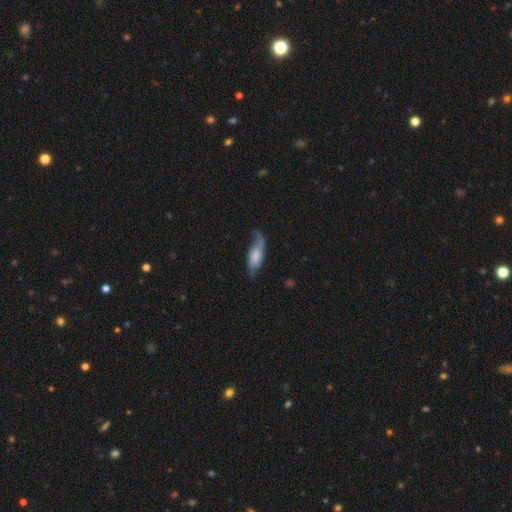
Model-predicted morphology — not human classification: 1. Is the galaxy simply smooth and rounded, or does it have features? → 50% smooth, 44% featured or disk, 6% star or artifact.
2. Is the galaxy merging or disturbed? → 45% none, 33% minor disturbance, 20% major disturbance, 3% merger.